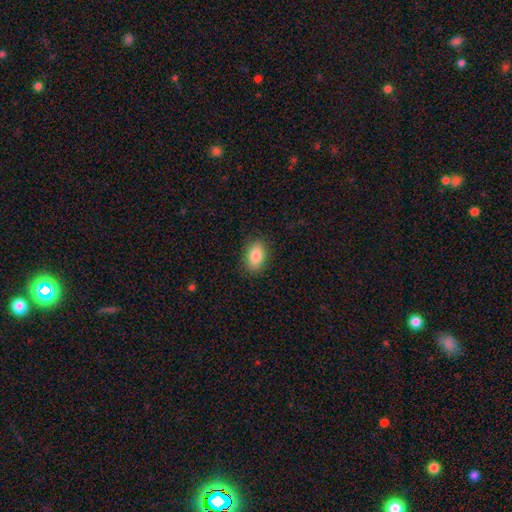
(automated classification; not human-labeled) Q: Smooth or featured?
A: smooth (85%); runner-up: star or artifact (8%)
Q: How rounded?
A: in between (88%); runner-up: round (10%)
Q: Merging?
A: none (88%); runner-up: minor disturbance (9%)